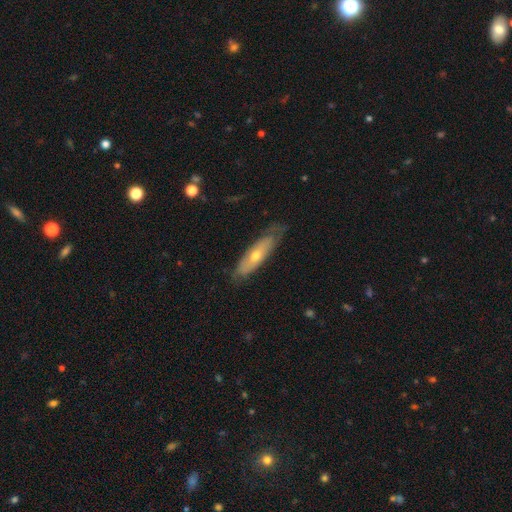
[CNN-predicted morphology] Smooth or featured?
  - smooth: 47% * (tied)
  - featured or disk: 47% * (tied)
  - star or artifact: 6%
Merging?
  - none: 70% *
  - minor disturbance: 23%
  - major disturbance: 6%
  - merger: 1%